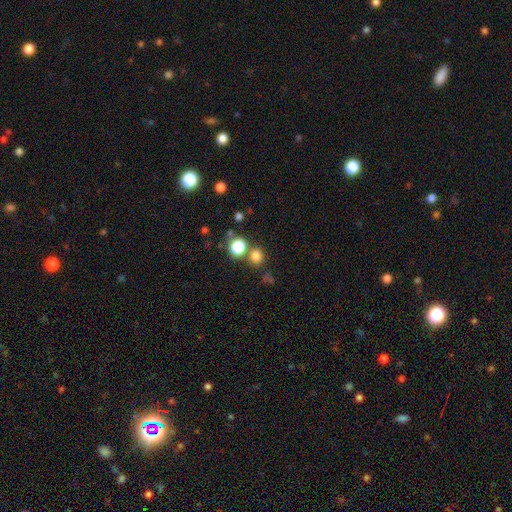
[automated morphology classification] A smooth galaxy with no disk features (77%) that is round (88%). Merging: none (67%).